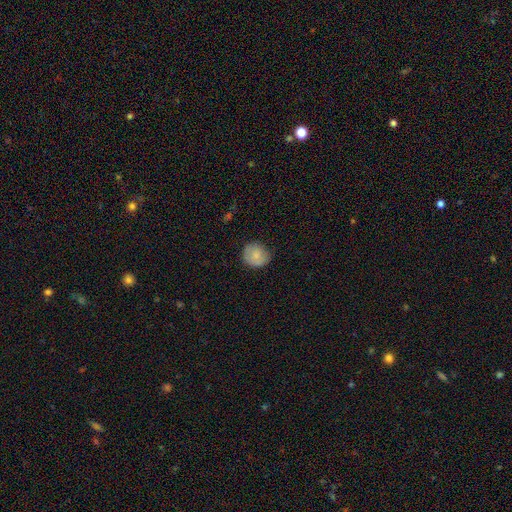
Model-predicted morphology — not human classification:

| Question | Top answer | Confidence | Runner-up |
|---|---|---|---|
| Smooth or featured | smooth | 80% | featured or disk (13%) |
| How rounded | round | 86% | in between (13%) |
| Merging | none | 76% | minor disturbance (19%) |